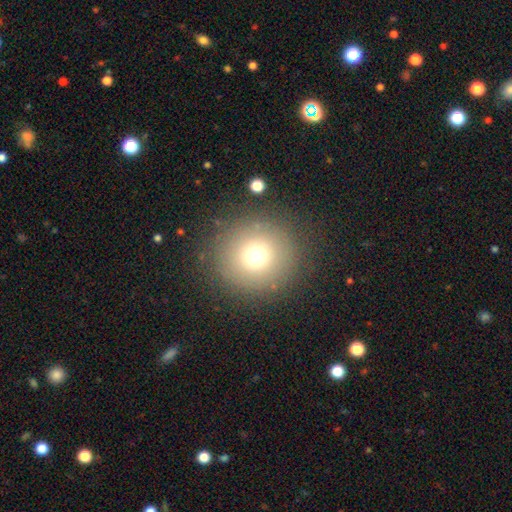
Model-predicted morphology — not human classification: Overall: smooth (72%). How rounded: round (95%). Merging: none (87%).